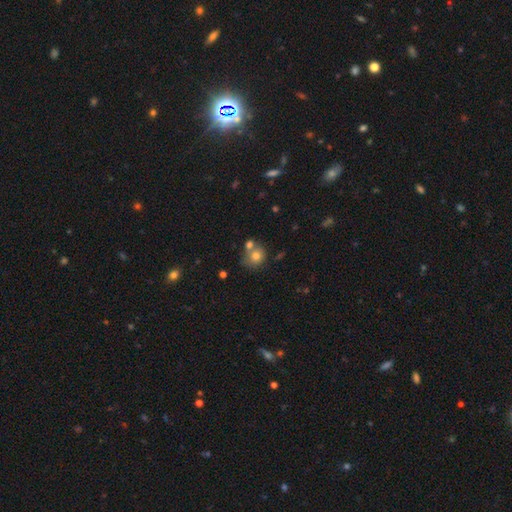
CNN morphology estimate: A smooth galaxy with no disk features (76%) that is round (77%). Merging: none (46%).